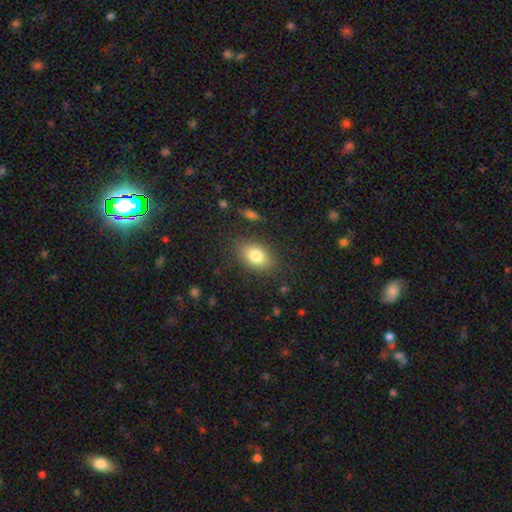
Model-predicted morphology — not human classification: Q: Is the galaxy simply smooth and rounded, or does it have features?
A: smooth — 79%.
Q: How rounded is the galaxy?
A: in between — 81%.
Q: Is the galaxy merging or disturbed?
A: none — 81%.